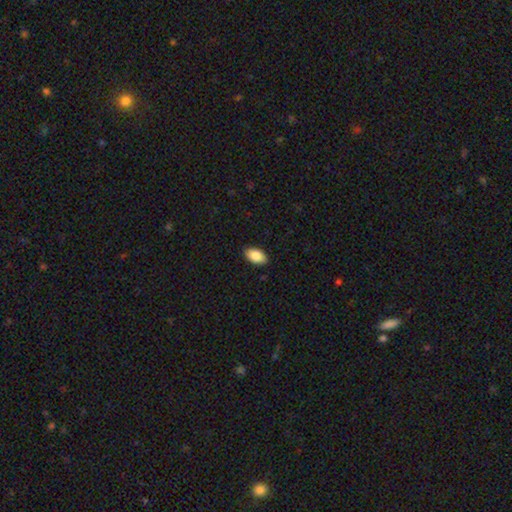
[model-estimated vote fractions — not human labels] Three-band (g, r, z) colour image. It shows a smooth galaxy with no disk features (87%) that is in between round and cigar-shaped (94%). Merging: none (89%).